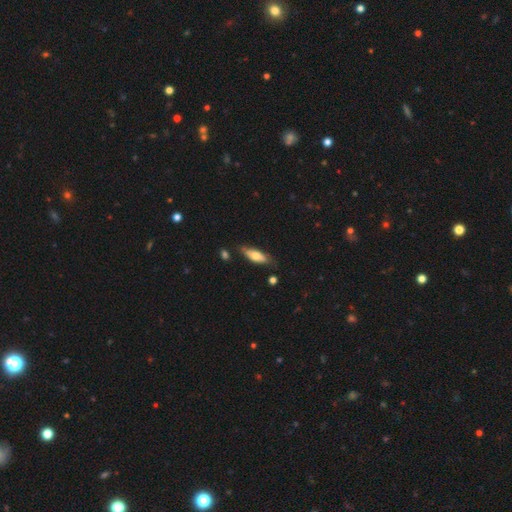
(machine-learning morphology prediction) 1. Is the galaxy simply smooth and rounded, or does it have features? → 59% smooth, 35% featured or disk, 6% star or artifact.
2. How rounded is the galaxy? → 58% in between, 40% cigar-shaped, 2% round.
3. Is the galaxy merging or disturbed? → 70% none, 22% minor disturbance, 4% major disturbance, 3% merger.